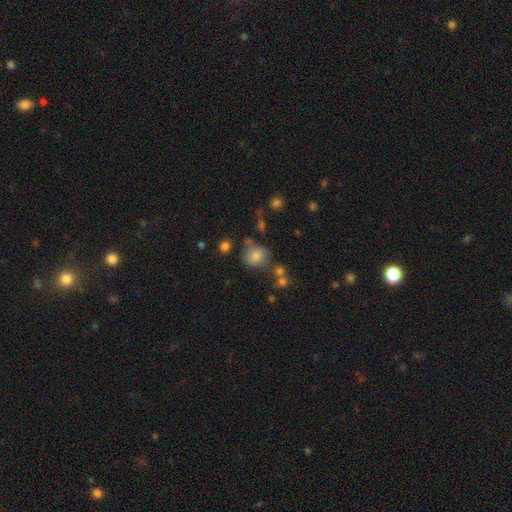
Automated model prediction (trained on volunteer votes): smooth 75%, star or artifact 15%, featured or disk 11%. Down the decision tree: how rounded — round (74%); merging — none (67%).